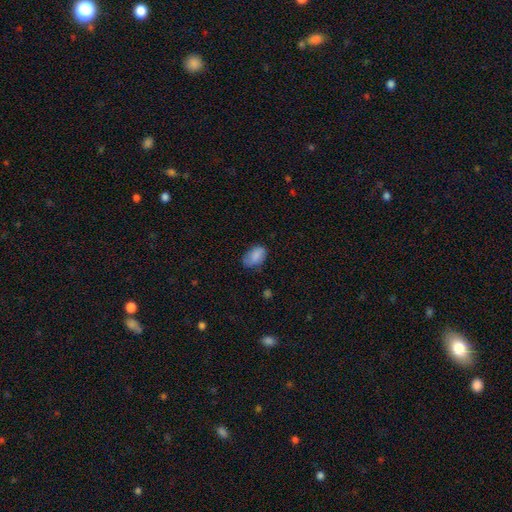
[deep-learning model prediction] Smooth or featured? Predicted: smooth (p=0.83). How rounded? Predicted: in between (p=0.89). Merging? Predicted: none (p=0.68).